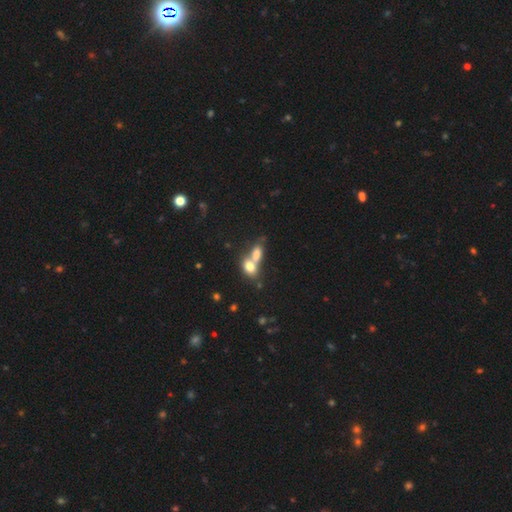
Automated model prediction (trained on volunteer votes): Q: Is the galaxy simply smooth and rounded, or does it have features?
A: smooth — 71%.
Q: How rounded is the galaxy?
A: in between — 72%.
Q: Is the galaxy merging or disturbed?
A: merger — 70%.